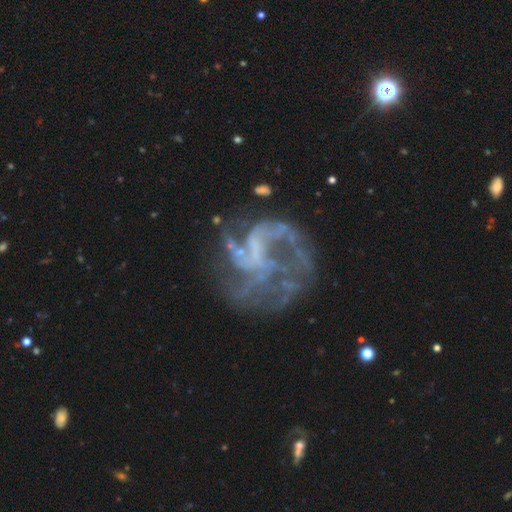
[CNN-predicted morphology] Smooth or featured? Predicted: featured or disk (p=0.79). Edge-on disk? Predicted: no (p=0.98). Bar? Predicted: no (p=0.62). Spiral arms? Predicted: yes (p=0.68). Spiral winding? Predicted: loose (p=0.48). Spiral arm count? Predicted: can't tell (p=0.33). Bulge size? Predicted: none (p=0.72). Merging? Predicted: none (p=0.42).